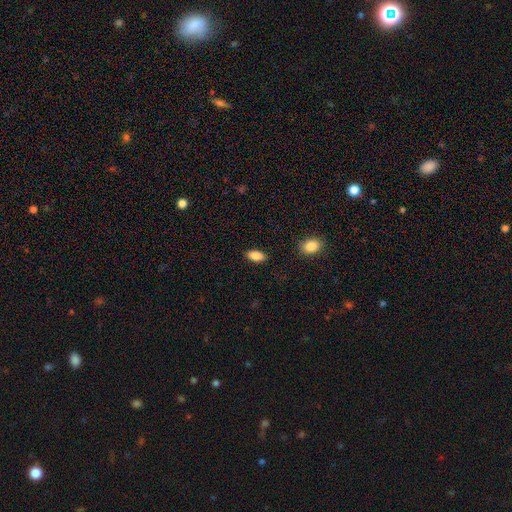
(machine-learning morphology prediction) Smooth or featured? Predicted: smooth (p=0.86). How rounded? Predicted: in between (p=0.91). Merging? Predicted: none (p=0.88).